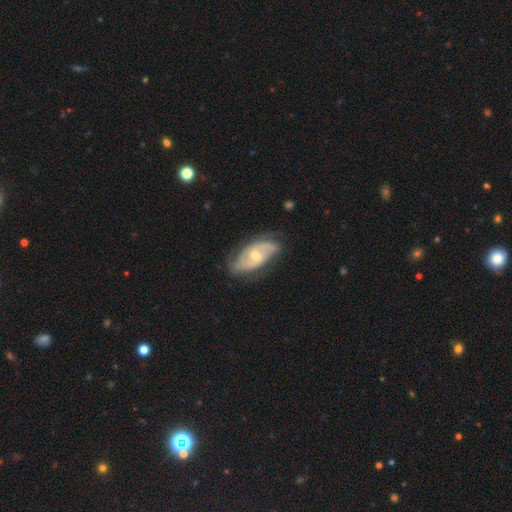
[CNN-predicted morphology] This is likely a featured or disk galaxy (77%). It is clearly not viewed edge-on (94%). Bar: possibly no (51%). Spiral arm pattern: clearly yes (91%). Spiral arm count: likely 2 (70%). Spiral winding: marginally medium (44%). Central bulge: possibly moderate (53%). Merging: likely none (70%).